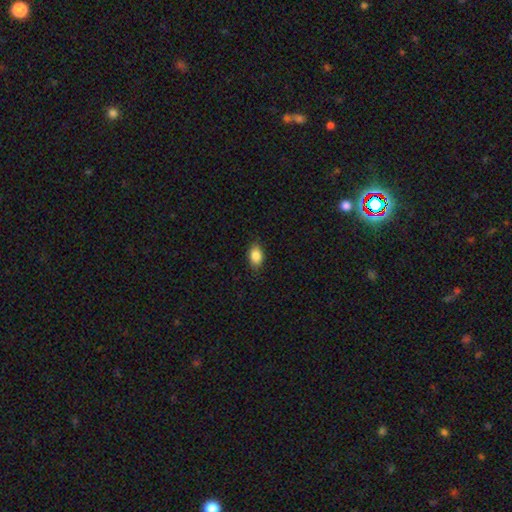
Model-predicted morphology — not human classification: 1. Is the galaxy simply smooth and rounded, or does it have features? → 86% smooth, 8% star or artifact, 6% featured or disk.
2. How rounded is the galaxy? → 88% in between, 10% round, 2% cigar-shaped.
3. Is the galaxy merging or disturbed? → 85% none, 11% minor disturbance, 2% major disturbance, 1% merger.